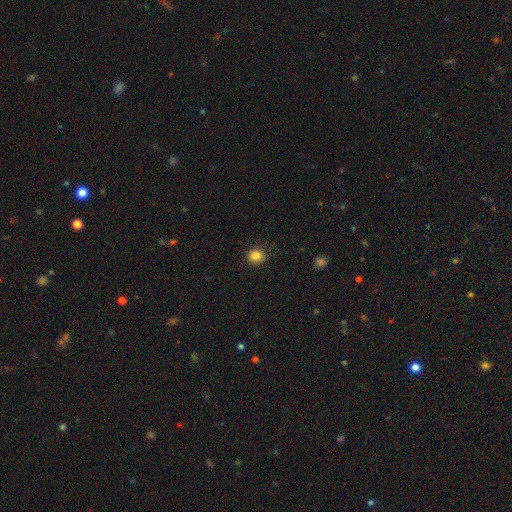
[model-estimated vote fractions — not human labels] Smooth or featured: smooth — 86% (star or artifact — 11%)
How rounded: round — 82% (in between — 17%)
Merging: none — 89% (minor disturbance — 8%)